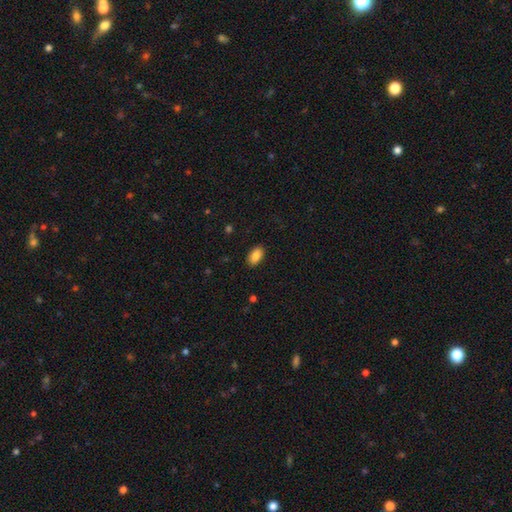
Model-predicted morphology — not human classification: Smooth or featured? smooth (87%)
How rounded? in between (93%)
Merging? none (89%)